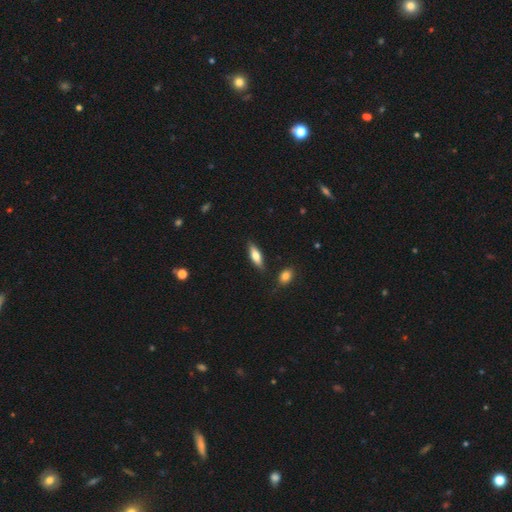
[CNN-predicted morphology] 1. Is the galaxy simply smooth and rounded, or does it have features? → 69% smooth, 25% featured or disk, 6% star or artifact.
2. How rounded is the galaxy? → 54% in between, 44% cigar-shaped, 2% round.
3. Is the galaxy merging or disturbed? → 84% none, 11% minor disturbance, 3% merger, 3% major disturbance.